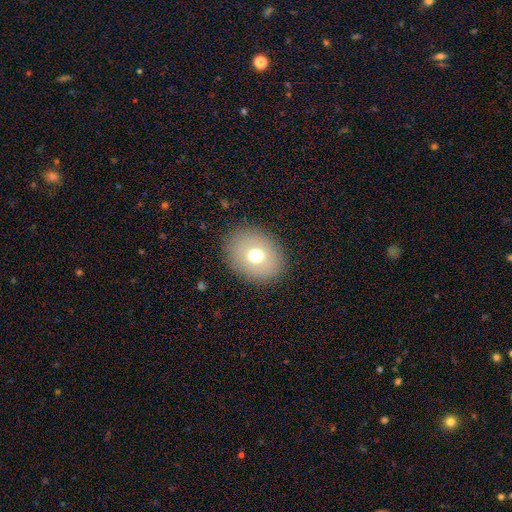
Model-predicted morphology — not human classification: Smooth or featured? Predicted: smooth (p=0.68). How rounded? Predicted: in between (p=0.54). Merging? Predicted: none (p=0.88).